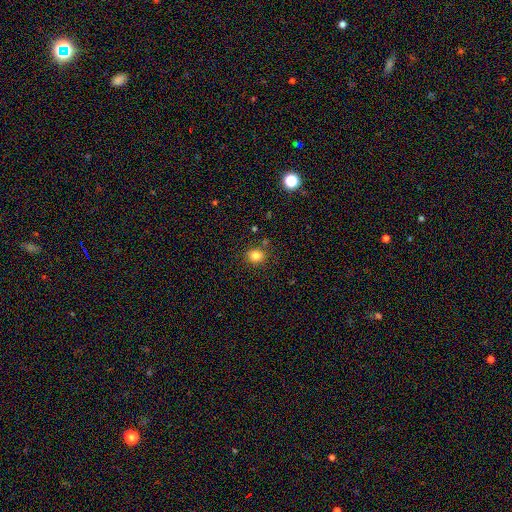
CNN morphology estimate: smooth 82%, star or artifact 12%, featured or disk 5%. Down the decision tree: how rounded — round (72%); merging — none (82%).